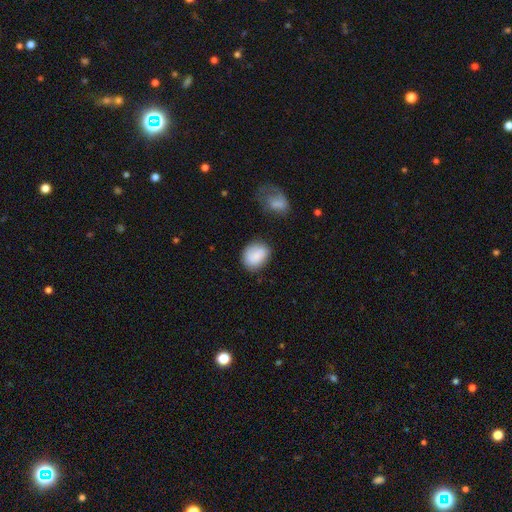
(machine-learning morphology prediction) Smooth or featured?
  - smooth: 83% *
  - featured or disk: 10%
  - star or artifact: 7%
How rounded?
  - in between: 56% *
  - round: 43%
  - cigar-shaped: 1%
Merging?
  - none: 69% *
  - minor disturbance: 21%
  - major disturbance: 5%
  - merger: 5%